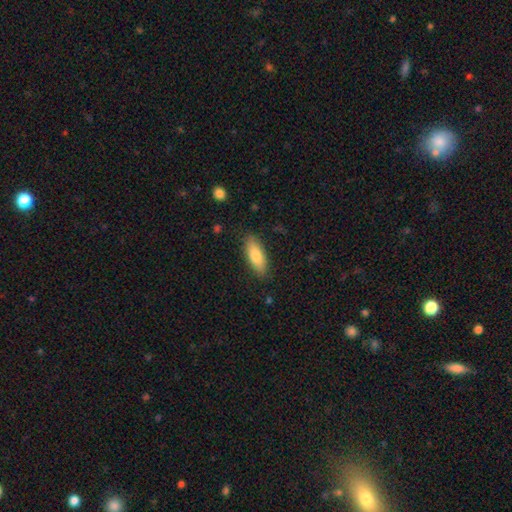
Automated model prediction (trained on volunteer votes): smooth_or_featured: smooth (p=0.80) [alt: featured or disk p=0.14]
how_rounded: in between (p=0.68) [alt: cigar-shaped p=0.30]
merging: none (p=0.86) [alt: minor disturbance p=0.11]